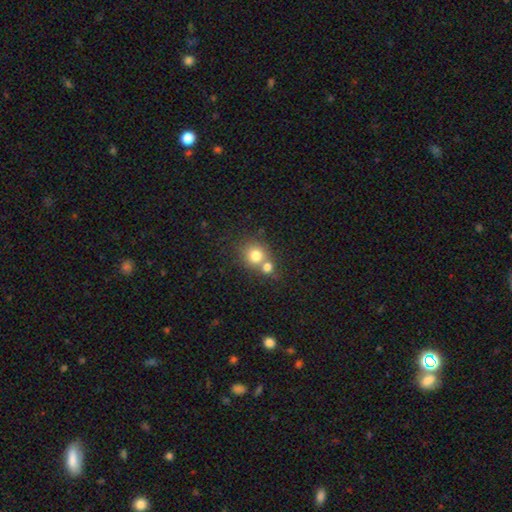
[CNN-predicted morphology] The model was most divided on "merging": merger: 48%, none: 43%, minor disturbance: 7%, major disturbance: 3%. More confident: how rounded — round (84%); smooth or featured — smooth (77%).